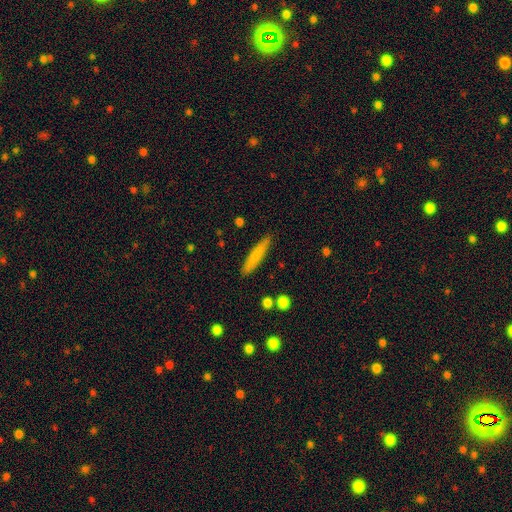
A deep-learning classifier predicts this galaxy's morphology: Q: Smooth or featured?
A: smooth (78%); runner-up: featured or disk (16%)
Q: How rounded?
A: cigar-shaped (90%); runner-up: in between (8%)
Q: Merging?
A: none (87%); runner-up: minor disturbance (10%)